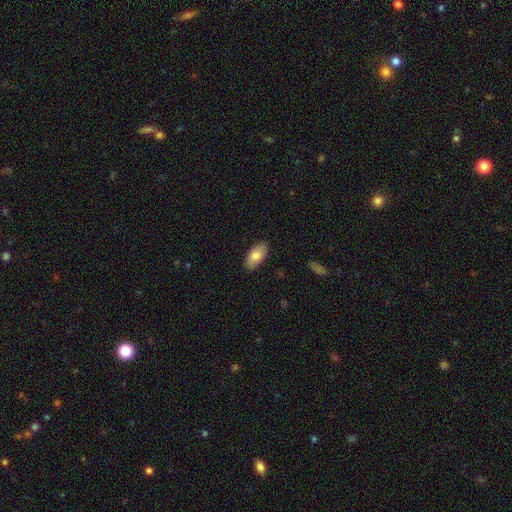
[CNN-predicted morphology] smooth-or-featured: smooth: 79% | featured or disk: 15% | star or artifact: 6%
  how-rounded: in between: 93% | cigar-shaped: 5% | round: 2%
  merging: none: 88% | minor disturbance: 9% | major disturbance: 2% | merger: 1%